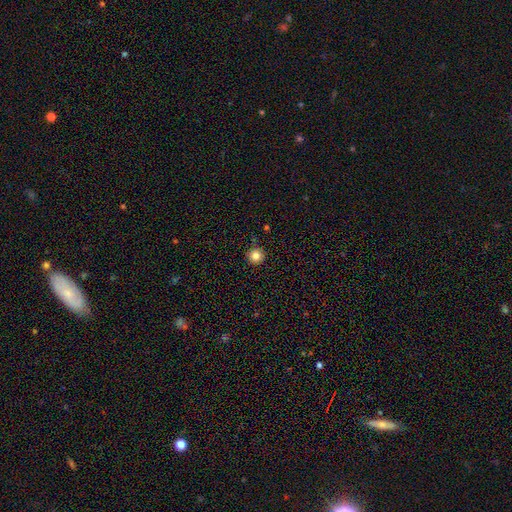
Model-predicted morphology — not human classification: A smooth galaxy with no disk features (83%) that is round (96%). Merging: none (91%).